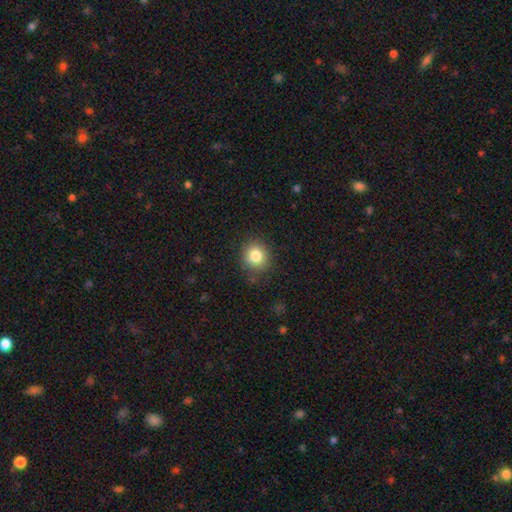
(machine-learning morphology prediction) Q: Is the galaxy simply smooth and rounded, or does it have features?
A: smooth — 82%.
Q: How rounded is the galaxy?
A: round — 81%.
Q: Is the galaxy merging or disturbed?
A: none — 83%.